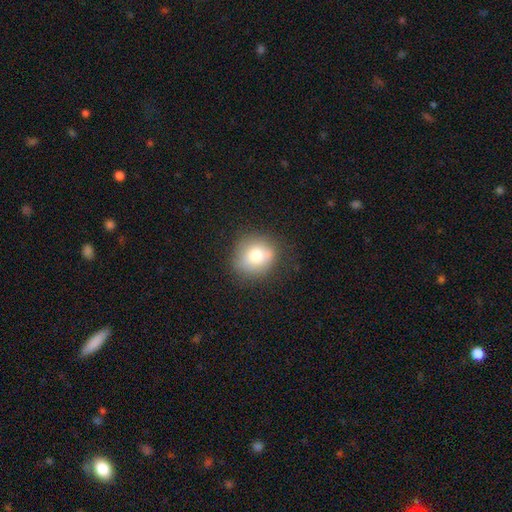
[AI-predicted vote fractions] Morphology: type=smooth (76%); roundness=round (79%); merging=none (76%).